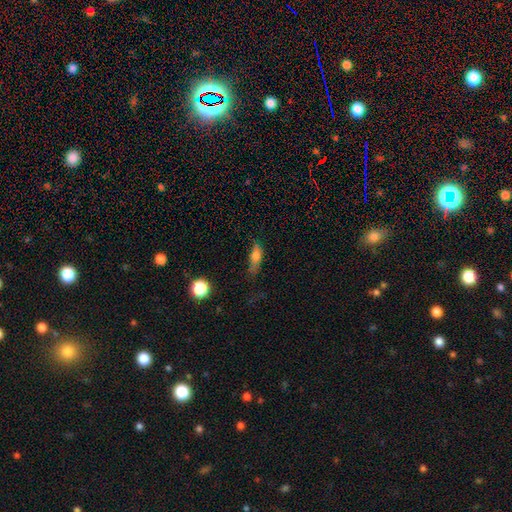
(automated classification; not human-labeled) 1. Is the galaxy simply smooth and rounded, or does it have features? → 69% smooth, 20% featured or disk, 11% star or artifact.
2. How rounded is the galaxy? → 62% in between, 31% cigar-shaped, 7% round.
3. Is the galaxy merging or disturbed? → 45% none, 32% minor disturbance, 20% major disturbance, 3% merger.